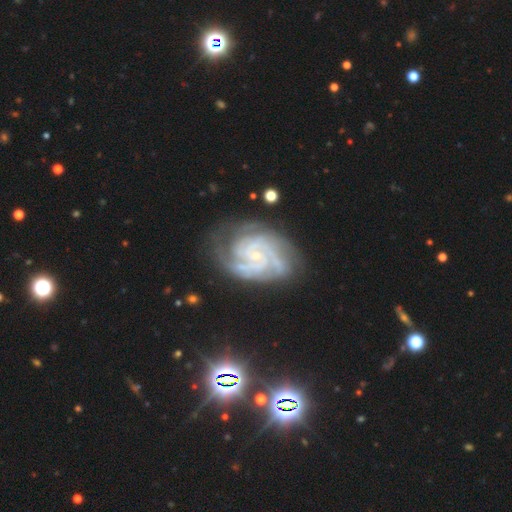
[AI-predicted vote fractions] Morphology: type=featured or disk (90%); edge-on=no (98%); bar=no (63%); spiral arms=yes (98%); winding=tight (66%); arm count=3 (32%); bulge=small (81%); merging=none (70%).